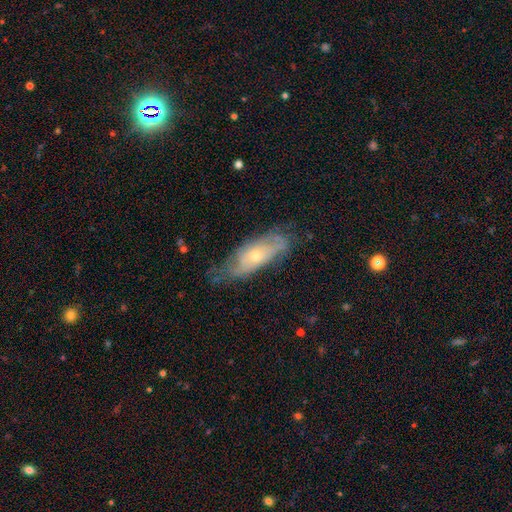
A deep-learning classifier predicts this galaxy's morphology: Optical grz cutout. It shows a featured or disk galaxy (62%). Merging: none (58%).